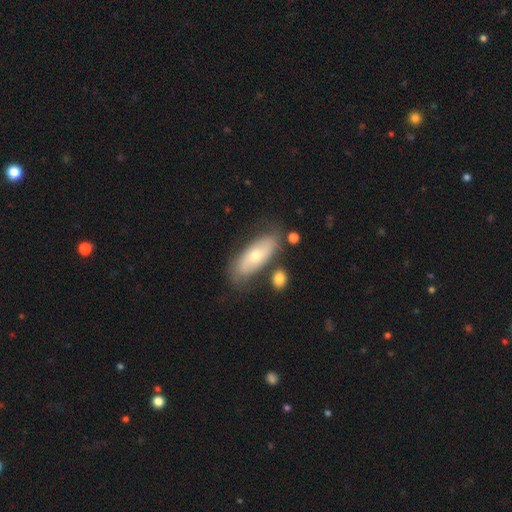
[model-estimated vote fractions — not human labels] Smooth or featured? smooth (49%)
Merging? none (73%)